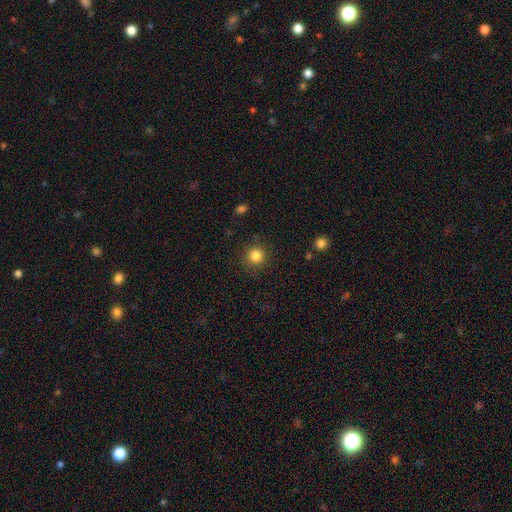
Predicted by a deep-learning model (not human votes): Morphology: type=smooth (83%); roundness=round (94%); merging=none (89%).